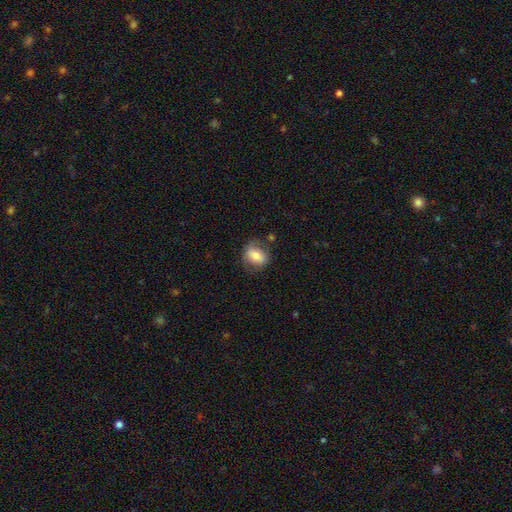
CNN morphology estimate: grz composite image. It shows a smooth galaxy with no disk features (70%) that is in between round and cigar-shaped (54%). Merging: none (68%).